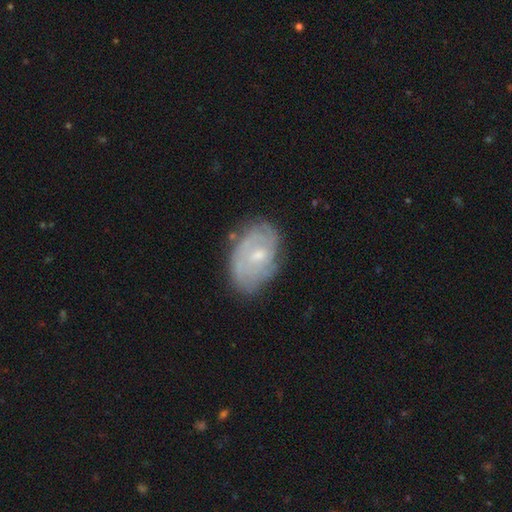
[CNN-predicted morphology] The model was most divided on "bulge size": small: 56%, moderate: 38%, none: 4%, large: 2%, dominant: 1%. More confident: edge-on disk — no (96%); spiral arms — yes (72%); merging — none (69%); smooth or featured — featured or disk (63%); bar — no (62%).